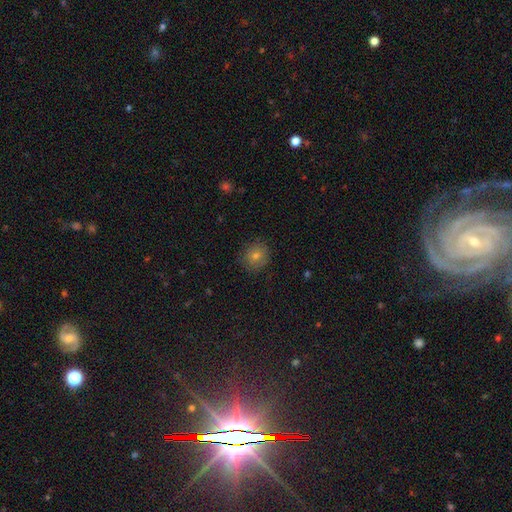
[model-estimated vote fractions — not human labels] Smooth or featured?
  - smooth: 68% *
  - star or artifact: 19%
  - featured or disk: 13%
How rounded?
  - round: 85% *
  - in between: 14%
  - cigar-shaped: 1%
Merging?
  - none: 86% *
  - minor disturbance: 10%
  - major disturbance: 3%
  - merger: 1%